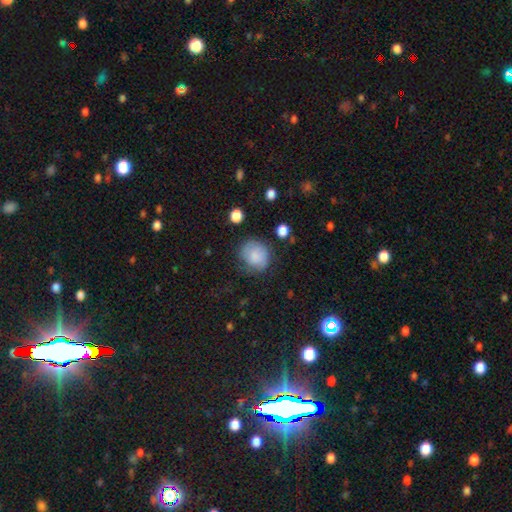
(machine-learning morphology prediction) smooth_or_featured: smooth (p=0.76) [alt: featured or disk p=0.16]
how_rounded: round (p=0.76) [alt: in between p=0.23]
merging: none (p=0.63) [alt: minor disturbance p=0.23]